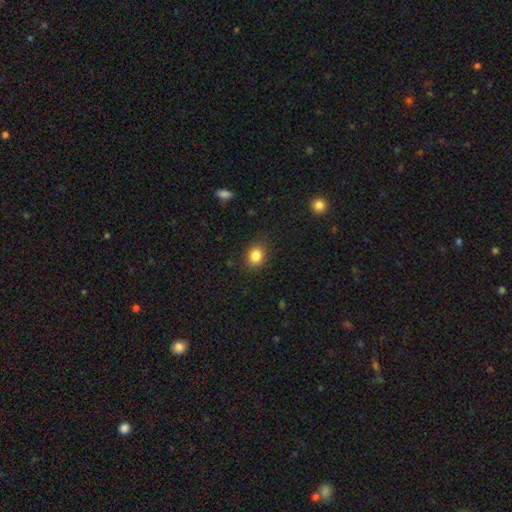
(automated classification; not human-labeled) This appears to be a smooth galaxy with no disk features (85%) that is round (59%). Merging: none (85%).